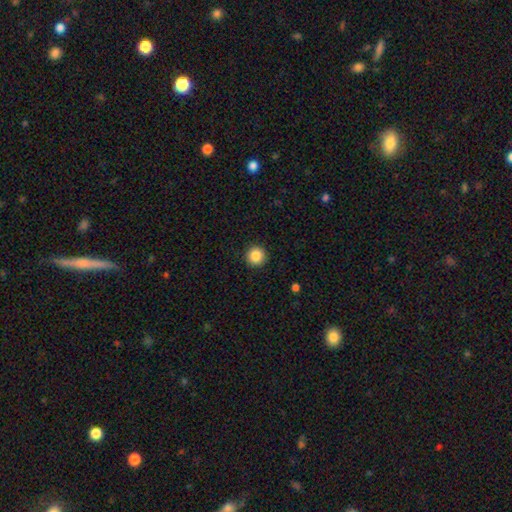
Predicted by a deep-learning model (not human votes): smooth_or_featured: smooth (p=0.86) [alt: star or artifact p=0.10]
how_rounded: round (p=0.95) [alt: in between p=0.04]
merging: none (p=0.92) [alt: minor disturbance p=0.05]